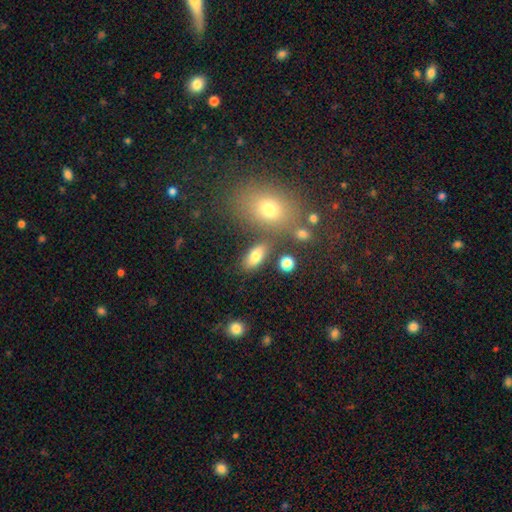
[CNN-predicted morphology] Q: Smooth or featured?
A: smooth (77%); runner-up: featured or disk (12%)
Q: How rounded?
A: in between (86%); runner-up: round (8%)
Q: Merging?
A: none (75%); runner-up: minor disturbance (12%)